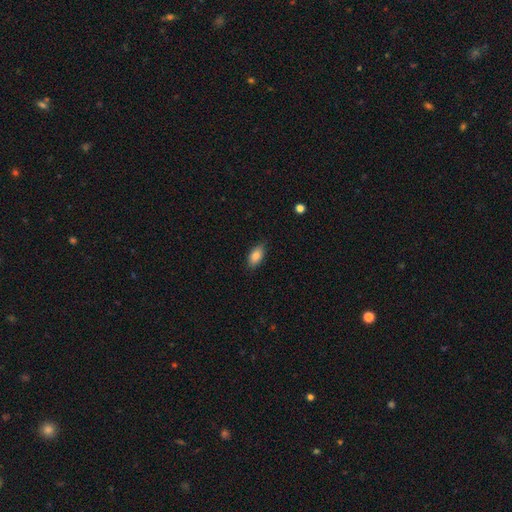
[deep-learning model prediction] Smooth or featured?
  - smooth: 85% *
  - featured or disk: 8%
  - star or artifact: 7%
How rounded?
  - in between: 91% *
  - cigar-shaped: 5%
  - round: 4%
Merging?
  - none: 84% *
  - minor disturbance: 13%
  - major disturbance: 2%
  - merger: 1%